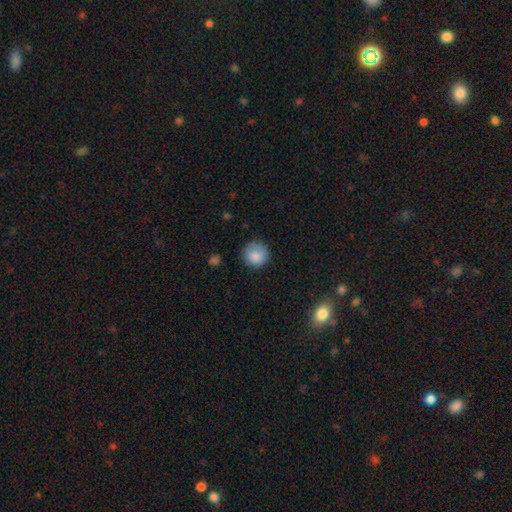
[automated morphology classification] Smooth or featured?
  - smooth: 84% *
  - star or artifact: 8%
  - featured or disk: 8%
How rounded?
  - round: 91% *
  - in between: 8%
  - cigar-shaped: 1%
Merging?
  - none: 79% *
  - minor disturbance: 16%
  - major disturbance: 4%
  - merger: 1%